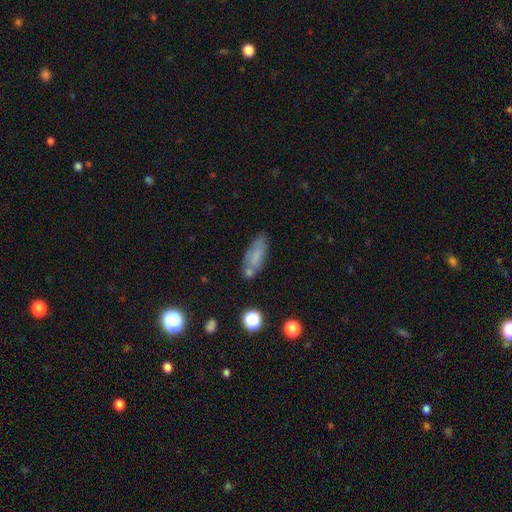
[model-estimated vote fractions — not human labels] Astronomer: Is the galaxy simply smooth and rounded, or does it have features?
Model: smooth — 71%.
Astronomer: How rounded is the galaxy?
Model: in between — 74%.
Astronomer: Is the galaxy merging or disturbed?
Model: none — 61%.